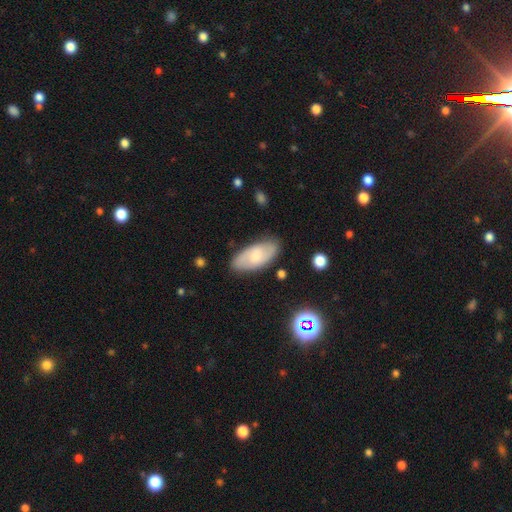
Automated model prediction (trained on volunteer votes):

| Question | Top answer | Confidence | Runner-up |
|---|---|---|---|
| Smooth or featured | featured or disk | 47% | smooth (46%) |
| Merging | none | 81% | minor disturbance (14%) |